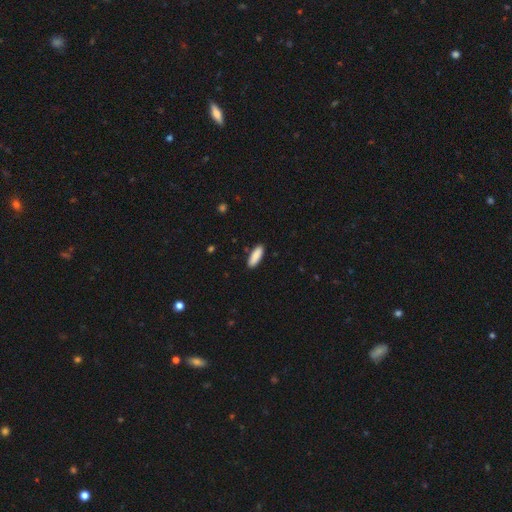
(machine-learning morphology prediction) smooth 89%, star or artifact 6%, featured or disk 5%. Down the decision tree: how rounded — in between (58%); merging — none (88%).